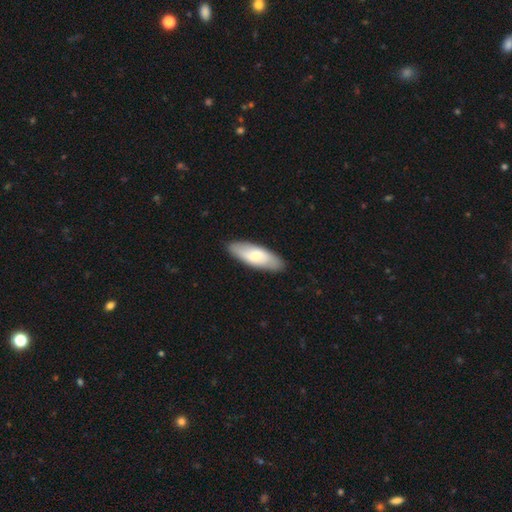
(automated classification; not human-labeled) A smooth galaxy with no disk features (67%) that is in between round and cigar-shaped (71%).

Vote fractions:
- Smooth or featured? smooth: 67% / featured or disk: 28% / star or artifact: 5%
- How rounded? in between: 71% / cigar-shaped: 27% / round: 2%
- Merging? none: 88% / minor disturbance: 9% / major disturbance: 2% / merger: 1%